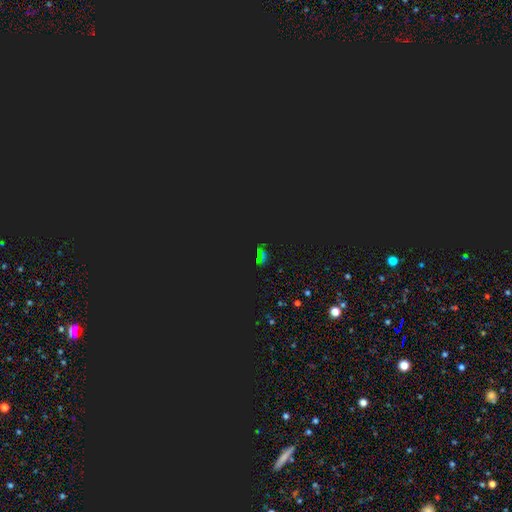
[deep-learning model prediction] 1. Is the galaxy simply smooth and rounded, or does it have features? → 72% star or artifact, 17% smooth, 11% featured or disk.